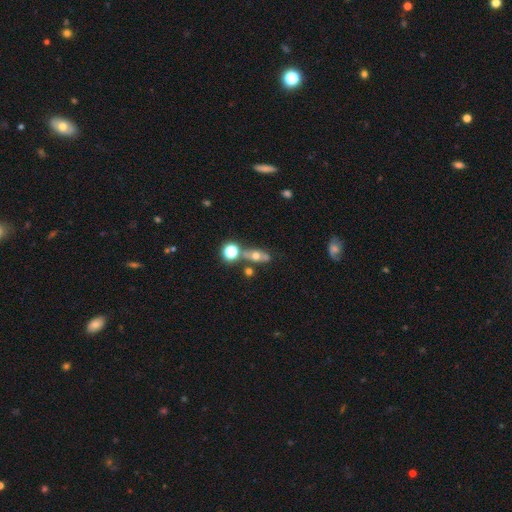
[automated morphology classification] Smooth or featured? smooth (48%)
Merging? none (57%)